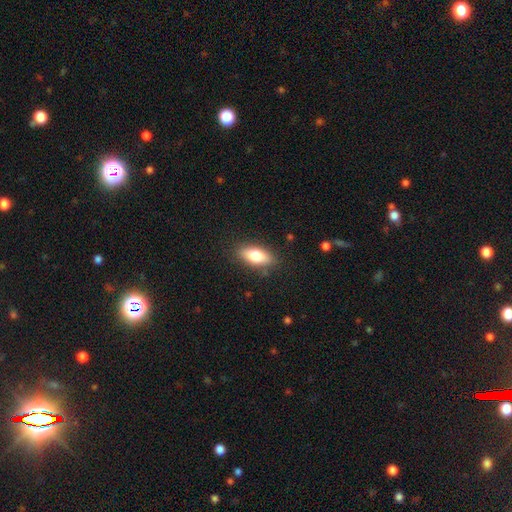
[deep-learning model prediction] Smooth or featured? Predicted: smooth (p=0.77). How rounded? Predicted: in between (p=0.81). Merging? Predicted: none (p=0.85).